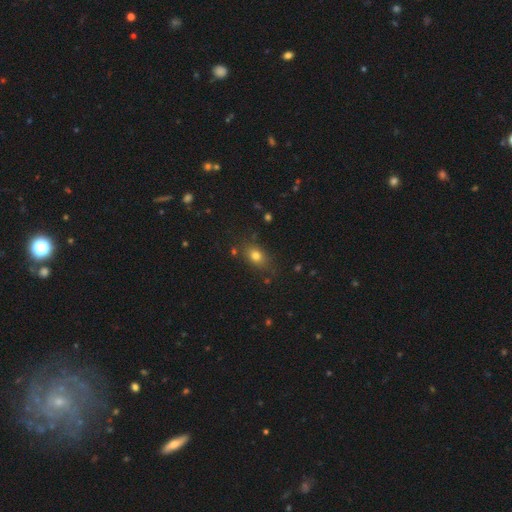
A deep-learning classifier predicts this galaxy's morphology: smooth 77%, star or artifact 13%, featured or disk 10%. Down the decision tree: how rounded — in between (69%); merging — none (79%).